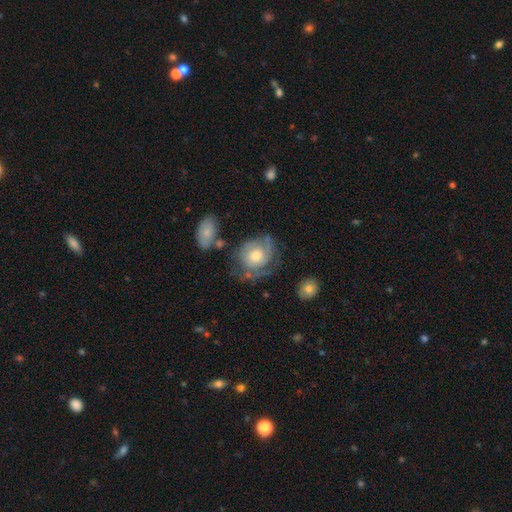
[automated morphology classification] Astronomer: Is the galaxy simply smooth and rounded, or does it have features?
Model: featured or disk — 68%.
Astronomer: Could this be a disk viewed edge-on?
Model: no — 97%.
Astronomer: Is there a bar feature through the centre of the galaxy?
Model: no — 79%.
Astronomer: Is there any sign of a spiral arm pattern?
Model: yes — 85%.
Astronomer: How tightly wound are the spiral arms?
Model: tight — 59%.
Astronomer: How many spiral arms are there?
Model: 2 — 35% (runner-up: can't tell, 34%).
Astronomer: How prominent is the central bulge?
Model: moderate — 57%.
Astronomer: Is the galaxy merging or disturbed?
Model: none — 53%.